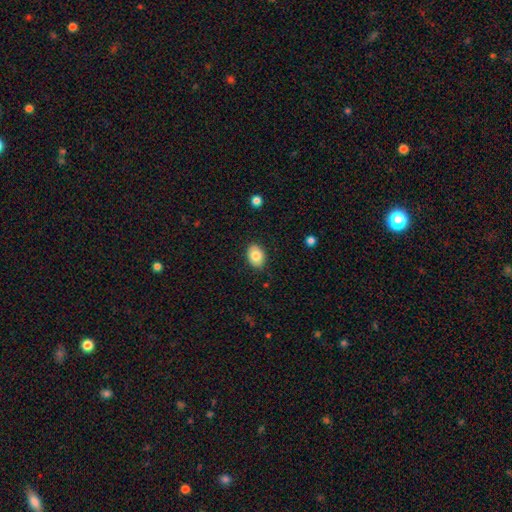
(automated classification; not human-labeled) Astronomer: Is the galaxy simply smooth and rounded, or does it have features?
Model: smooth — 82%.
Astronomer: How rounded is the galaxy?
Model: in between — 76%.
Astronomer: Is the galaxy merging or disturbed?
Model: none — 85%.